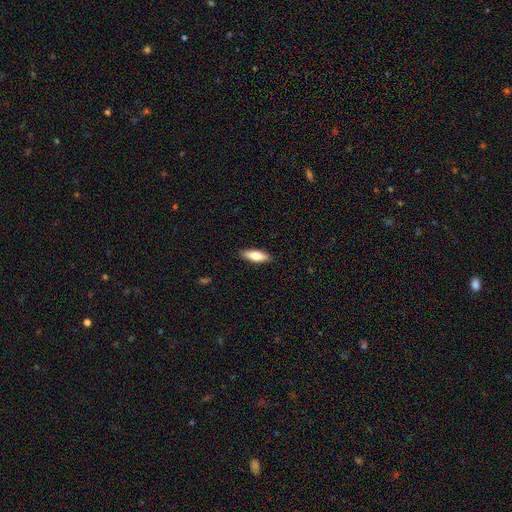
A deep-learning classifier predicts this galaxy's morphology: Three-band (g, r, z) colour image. It shows a smooth galaxy with no disk features (74%) that is in between round and cigar-shaped (63%). Merging: none (88%).